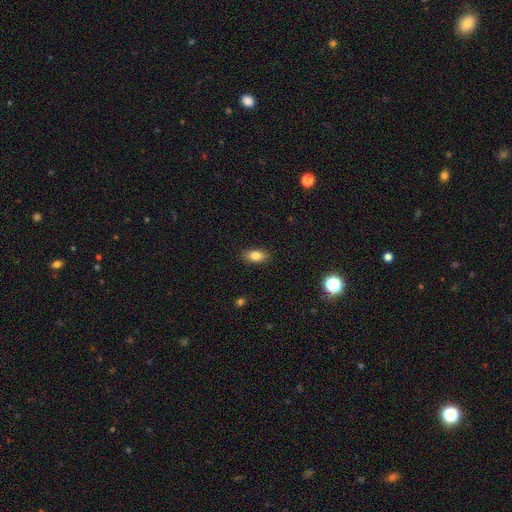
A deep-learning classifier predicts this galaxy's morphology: A smooth galaxy with no disk features (83%) that is in between round and cigar-shaped (88%). Merging: none (88%).